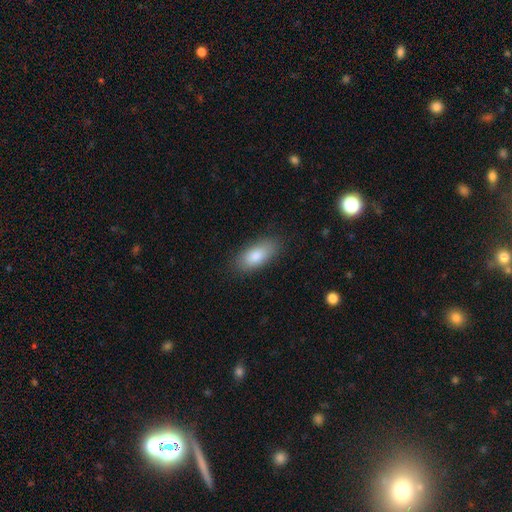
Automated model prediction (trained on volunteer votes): This appears to be a smooth galaxy with no disk features (83%) that is in between round and cigar-shaped (88%). Merging: none (84%).